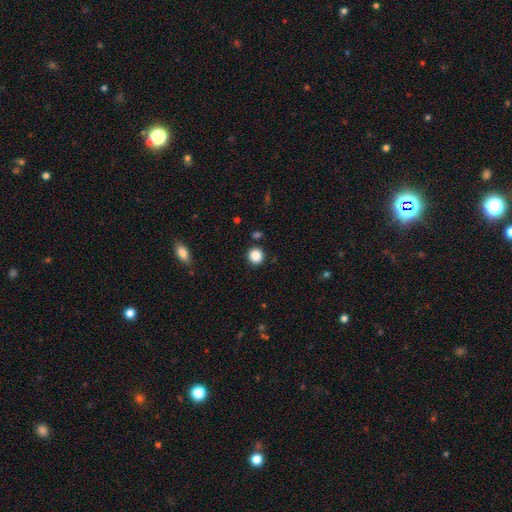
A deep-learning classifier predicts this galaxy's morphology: A smooth galaxy with no disk features (87%) that is round (90%).

Vote fractions:
- Smooth or featured? smooth: 87% / star or artifact: 10% / featured or disk: 3%
- How rounded? round: 90% / in between: 9% / cigar-shaped: 1%
- Merging? none: 89% / minor disturbance: 6% / merger: 3% / major disturbance: 2%